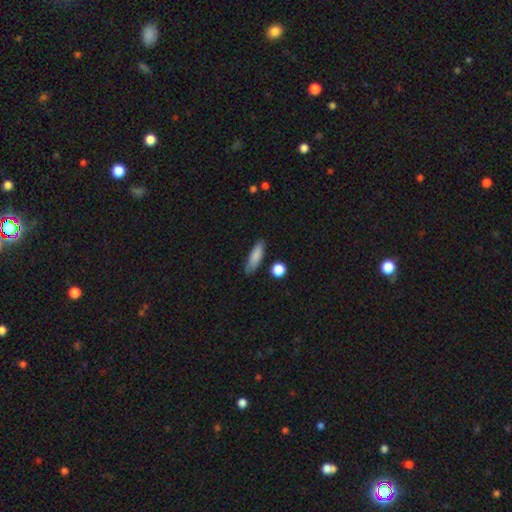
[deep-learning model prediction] A smooth galaxy with no disk features (84%) that is cigar-shaped (55%).

Vote fractions:
- Smooth or featured? smooth: 84% / featured or disk: 9% / star or artifact: 7%
- How rounded? cigar-shaped: 55% / in between: 42% / round: 3%
- Merging? none: 81% / minor disturbance: 13% / merger: 3% / major disturbance: 3%